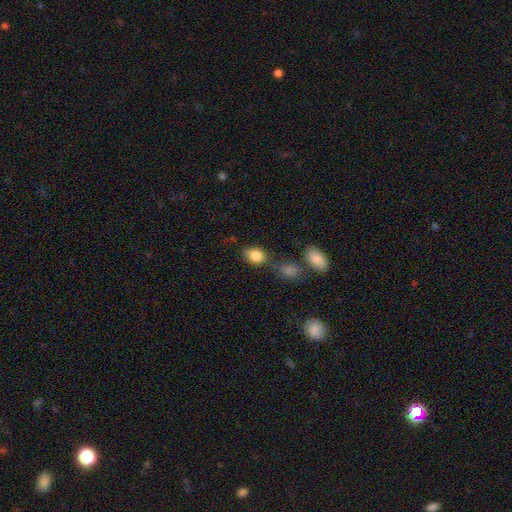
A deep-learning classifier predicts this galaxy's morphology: smooth_or_featured: smooth (p=0.84) [alt: star or artifact p=0.09]
how_rounded: in between (p=0.64) [alt: round p=0.34]
merging: none (p=0.60) [alt: minor disturbance p=0.20]